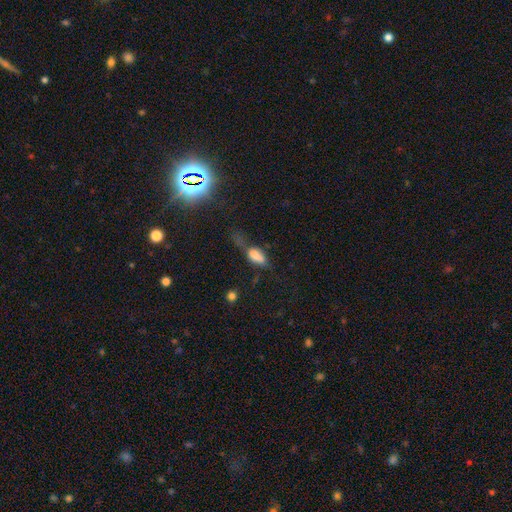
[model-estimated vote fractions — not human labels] smooth-or-featured: smooth: 70% | featured or disk: 17% | star or artifact: 12%
  how-rounded: in between: 78% | cigar-shaped: 17% | round: 5%
  merging: major disturbance: 38% | minor disturbance: 26% | none: 26% | merger: 10%